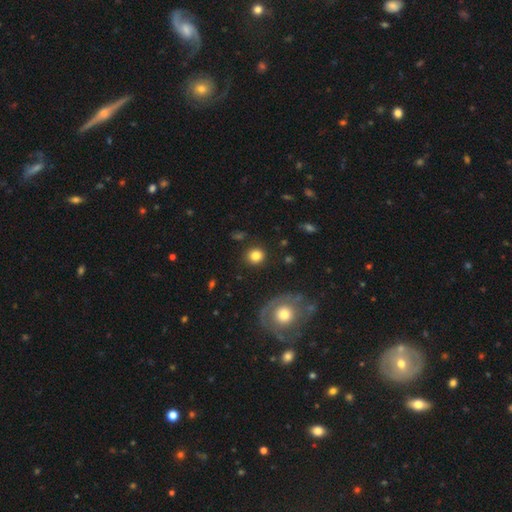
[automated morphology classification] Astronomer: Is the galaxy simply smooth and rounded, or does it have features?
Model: smooth — 81%.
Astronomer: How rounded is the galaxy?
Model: round — 89%.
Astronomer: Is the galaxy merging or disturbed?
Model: none — 89%.